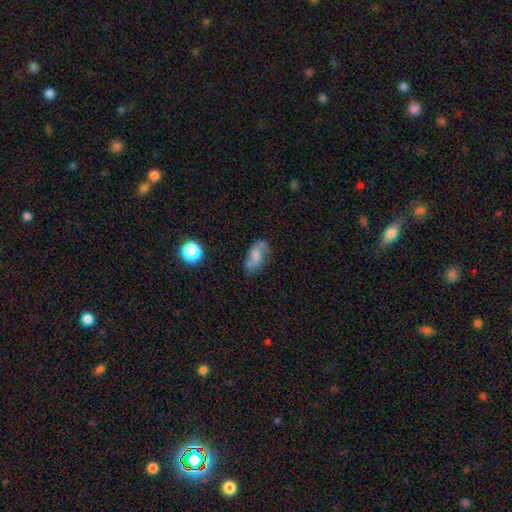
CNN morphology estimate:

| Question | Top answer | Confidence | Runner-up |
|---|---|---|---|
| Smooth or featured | featured or disk | 53% | smooth (38%) |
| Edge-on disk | no | 95% | yes (5%) |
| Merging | none | 54% | minor disturbance (26%) |